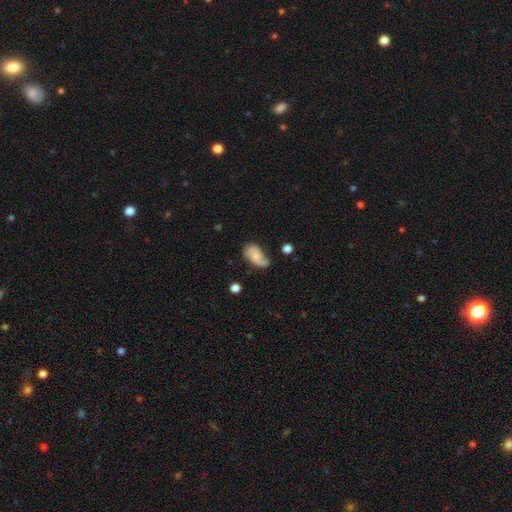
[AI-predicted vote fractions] Morphology: type=featured or disk (55%); edge-on=no (97%); bar=no (64%); spiral arms=yes (89%); bulge=small (44%); merging=none (50%).